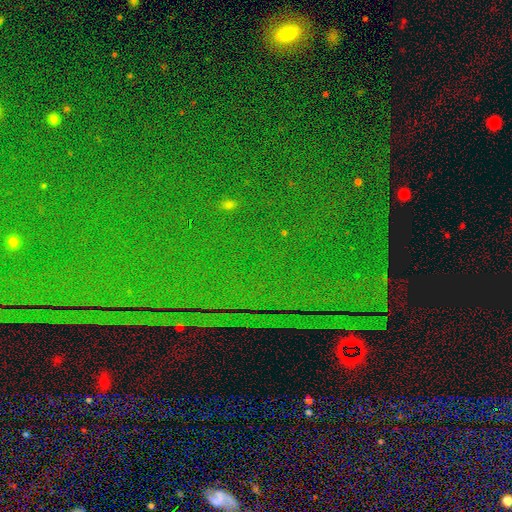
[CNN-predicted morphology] This is clearly a star or artifact rather than a galaxy (83%).